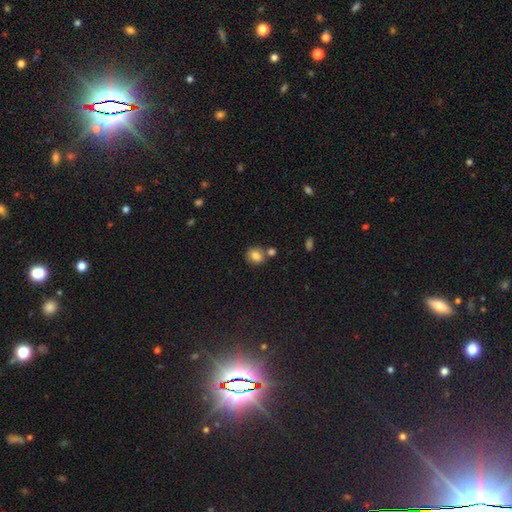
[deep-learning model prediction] smooth-or-featured: smooth: 81% | star or artifact: 10% | featured or disk: 9%
  how-rounded: round: 65% | in between: 34% | cigar-shaped: 1%
  merging: none: 67% | merger: 19% | minor disturbance: 12% | major disturbance: 3%